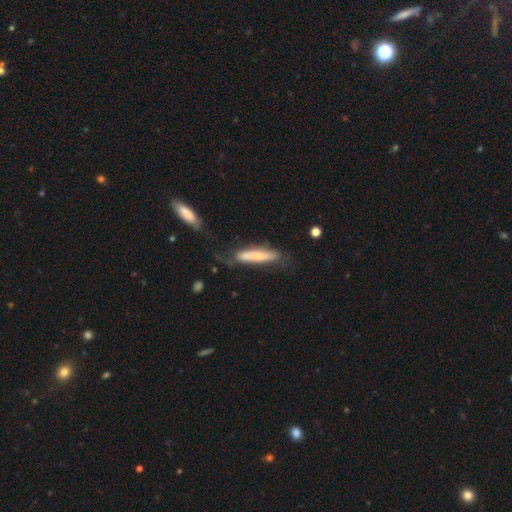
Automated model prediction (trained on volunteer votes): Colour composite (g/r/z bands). It shows a smooth galaxy with no disk features (57%) that is cigar-shaped (83%). Merging: none (58%).